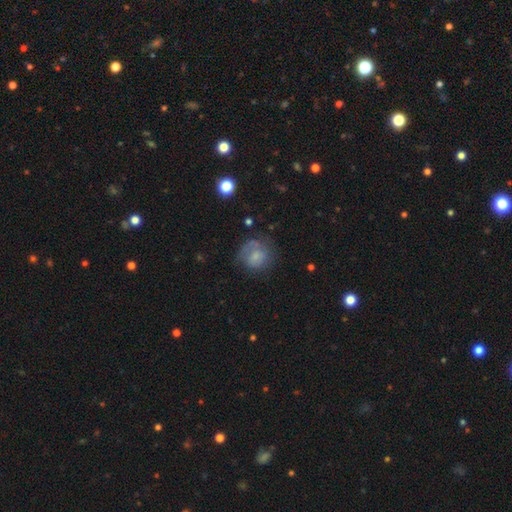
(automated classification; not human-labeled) The model was most divided on "smooth or featured": smooth: 53%, featured or disk: 38%, star or artifact: 9%. More confident: how rounded — round (80%); merging — none (52%).